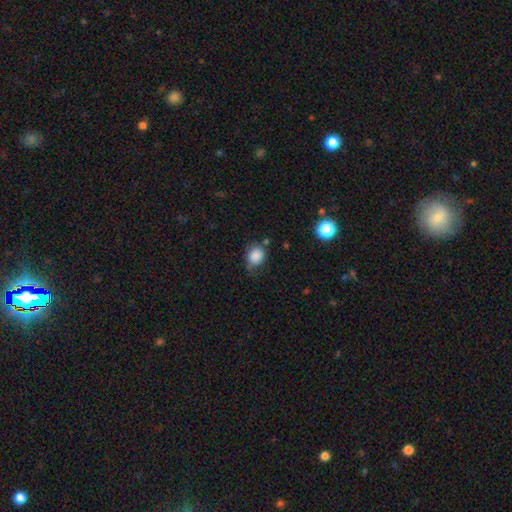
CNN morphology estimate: A smooth galaxy with no disk features (85%) that is round (69%).

Vote fractions:
- Smooth or featured? smooth: 85% / star or artifact: 10% / featured or disk: 5%
- How rounded? round: 69% / in between: 30% / cigar-shaped: 1%
- Merging? none: 60% / minor disturbance: 28% / major disturbance: 8% / merger: 5%